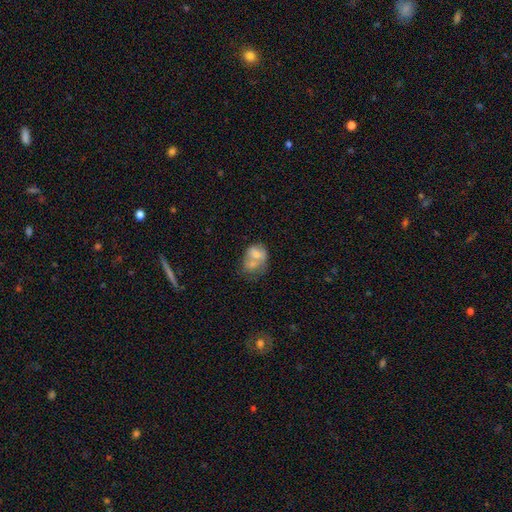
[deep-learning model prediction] Smooth or featured? smooth (61%)
How rounded? in between (58%)
Merging? merger (59%)